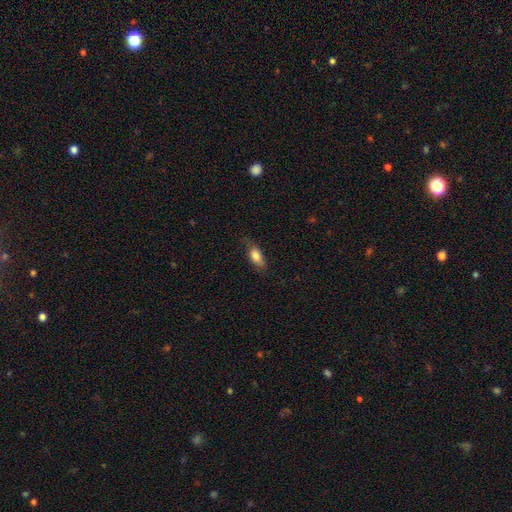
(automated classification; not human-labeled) This is likely a smooth galaxy (79%). How rounded: clearly in between (81%). Merging: likely none (65%).